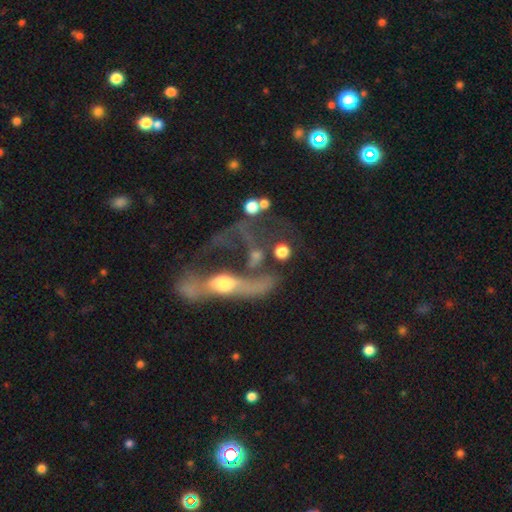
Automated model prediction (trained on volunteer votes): Smooth or featured: featured or disk — 64% (smooth — 20%)
Edge-on disk: no — 70% (yes — 30%)
Merging: major disturbance — 37% (merger — 31%)